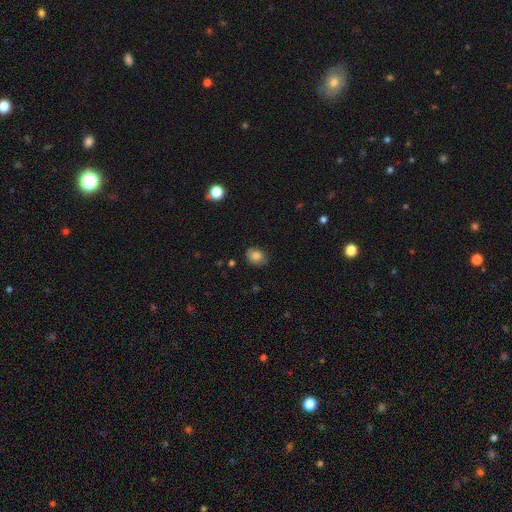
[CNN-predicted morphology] A smooth galaxy with no disk features (81%) that is in between round and cigar-shaped (53%). Merging: none (82%).